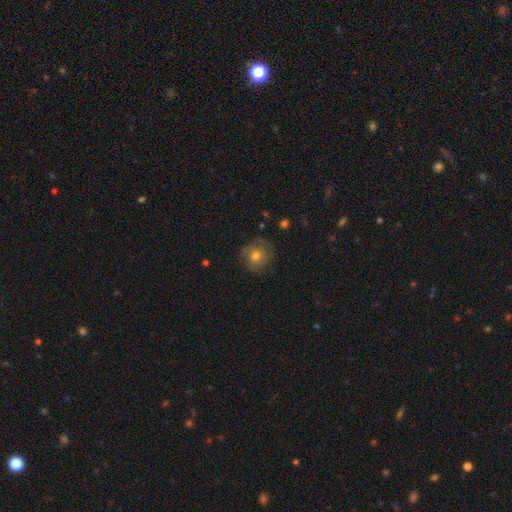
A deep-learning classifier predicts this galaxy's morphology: The model was most divided on "smooth or featured": featured or disk: 45%, smooth: 43%, star or artifact: 11%. More confident: merging — none (69%).